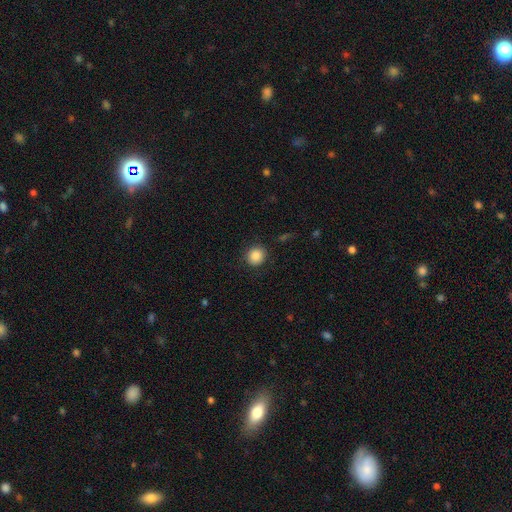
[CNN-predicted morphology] This appears to be a smooth galaxy with no disk features (87%) that is round (86%). Merging: none (88%).